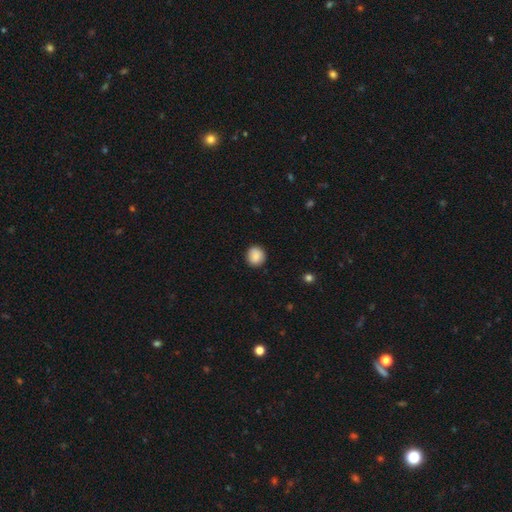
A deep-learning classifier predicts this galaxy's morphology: A smooth galaxy with no disk features (88%) that is round (87%). Merging: none (88%).